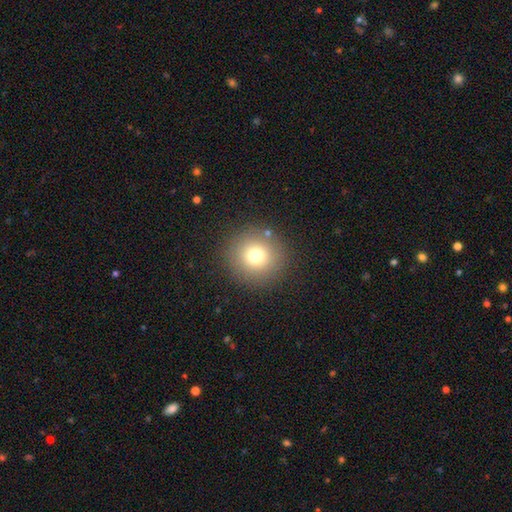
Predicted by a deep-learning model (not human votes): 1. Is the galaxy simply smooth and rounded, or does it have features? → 74% smooth, 15% star or artifact, 11% featured or disk.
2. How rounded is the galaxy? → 95% round, 4% in between, 1% cigar-shaped.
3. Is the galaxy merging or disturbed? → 88% none, 7% minor disturbance, 3% major disturbance, 2% merger.